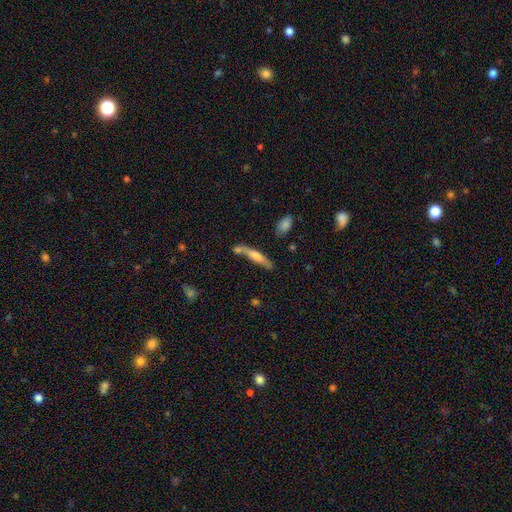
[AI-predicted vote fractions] Smooth or featured? Predicted: smooth (p=0.55). How rounded? Predicted: cigar-shaped (p=0.84). Merging? Predicted: none (p=0.54).